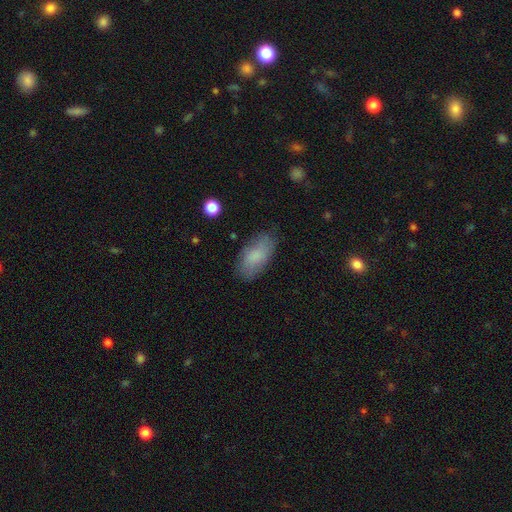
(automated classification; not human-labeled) smooth 81%, featured or disk 13%, star or artifact 7%. Down the decision tree: how rounded — in between (92%); merging — none (76%).